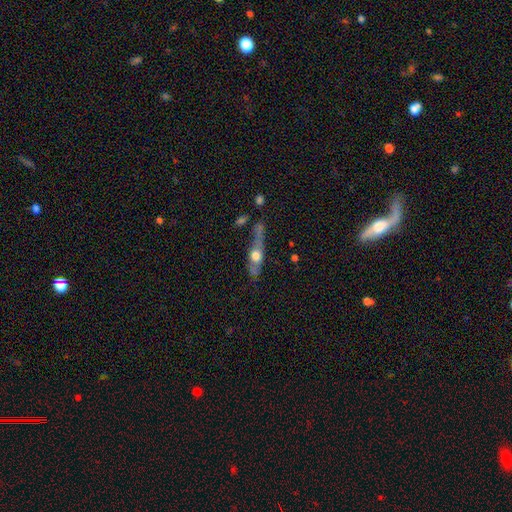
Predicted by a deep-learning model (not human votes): Smooth or featured: featured or disk — 51% (smooth — 42%)
Edge-on disk: yes — 69% (no — 31%)
Merging: none — 41% (minor disturbance — 25%)